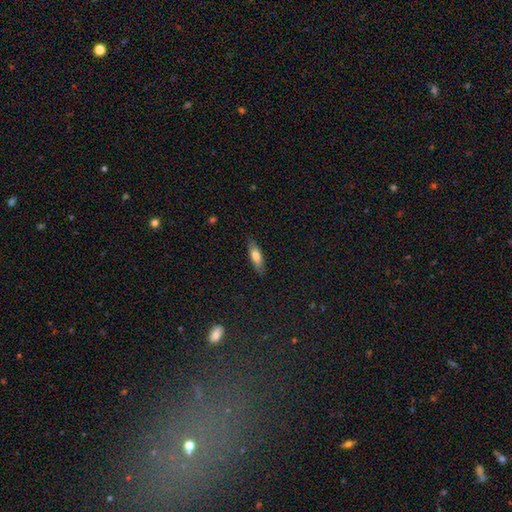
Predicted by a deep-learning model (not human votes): A smooth galaxy with no disk features (73%) that is in between round and cigar-shaped (51%).

Vote fractions:
- Smooth or featured? smooth: 73% / featured or disk: 20% / star or artifact: 7%
- How rounded? in between: 51% / cigar-shaped: 47% / round: 2%
- Merging? none: 83% / minor disturbance: 13% / major disturbance: 3% / merger: 1%